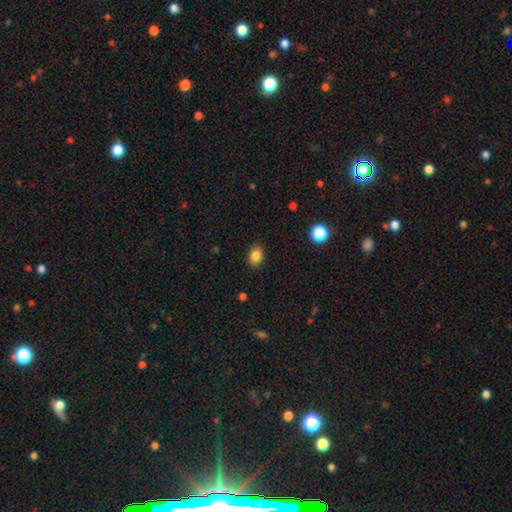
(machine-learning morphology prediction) Smooth or featured: smooth — 85% (star or artifact — 11%)
How rounded: in between — 55% (round — 44%)
Merging: none — 87% (minor disturbance — 9%)